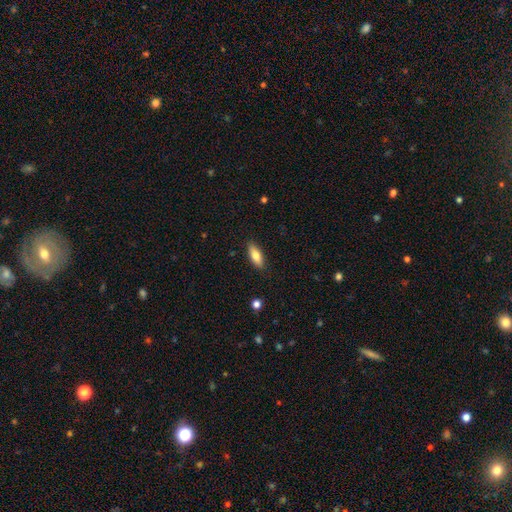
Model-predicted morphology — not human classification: smooth 79%, featured or disk 14%, star or artifact 6%. Down the decision tree: how rounded — in between (71%); merging — none (87%).